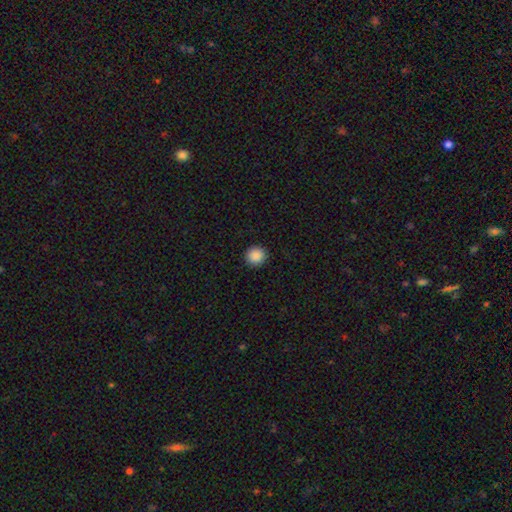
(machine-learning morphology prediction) Smooth or featured? Predicted: smooth (p=0.89). How rounded? Predicted: round (p=0.94). Merging? Predicted: none (p=0.93).